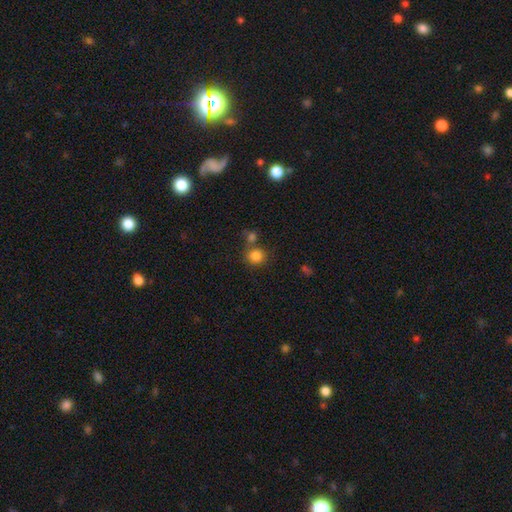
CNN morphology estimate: A smooth galaxy with no disk features (83%) that is round (88%). Merging: none (64%).